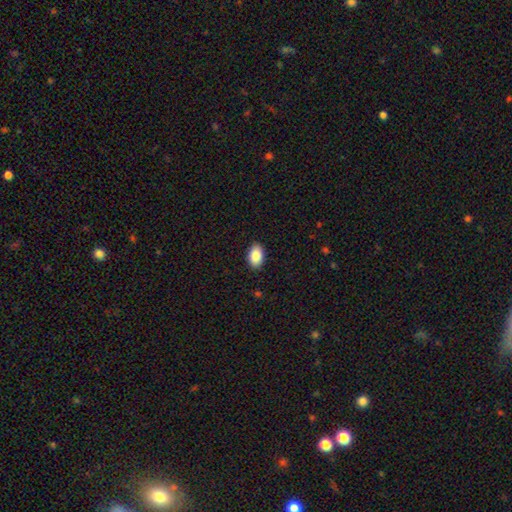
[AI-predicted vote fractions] The model was most divided on "smooth or featured": smooth: 87%, star or artifact: 7%, featured or disk: 6%. More confident: how rounded — in between (91%); merging — none (90%).